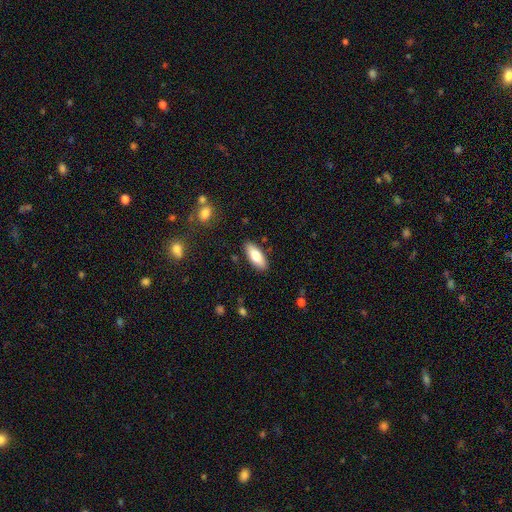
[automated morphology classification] Smooth or featured? smooth (77%)
How rounded? in between (76%)
Merging? none (87%)